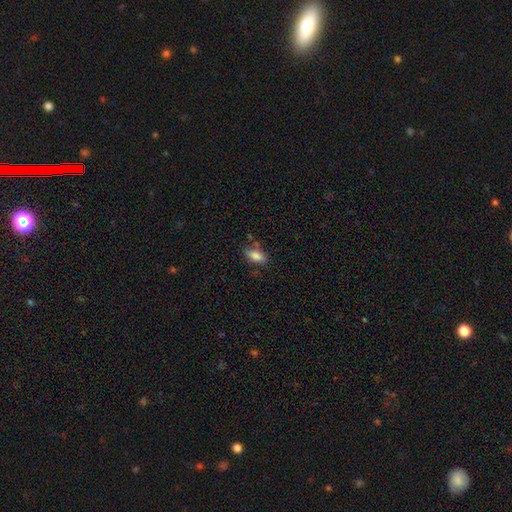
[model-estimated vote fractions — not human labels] This appears to be a smooth galaxy with no disk features (82%) that is in between round and cigar-shaped (85%). Merging: none (66%).